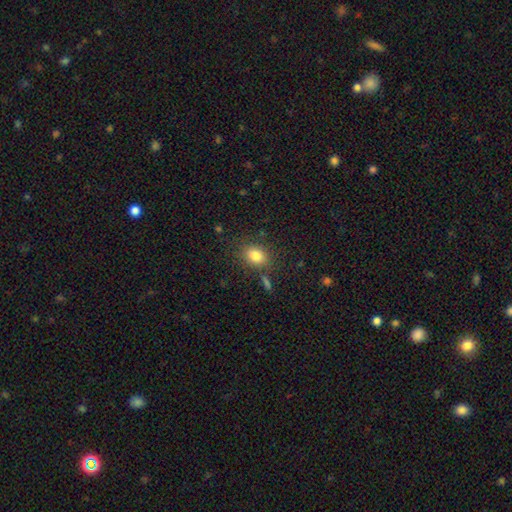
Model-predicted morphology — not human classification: type=smooth (83%); roundness=in between (62%); merging=none (78%).